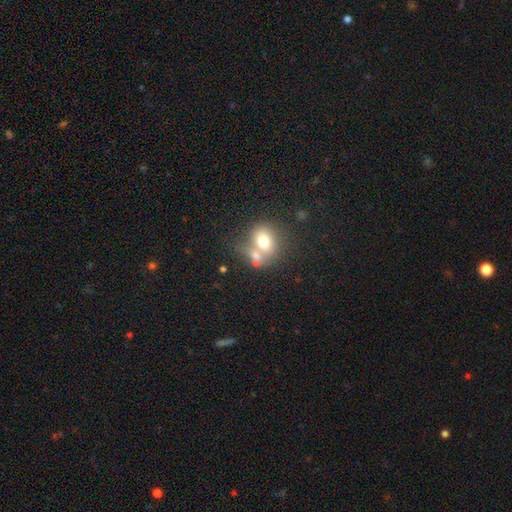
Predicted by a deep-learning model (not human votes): A smooth galaxy with no disk features (69%) that is round (55%). Merging: merger (45%).